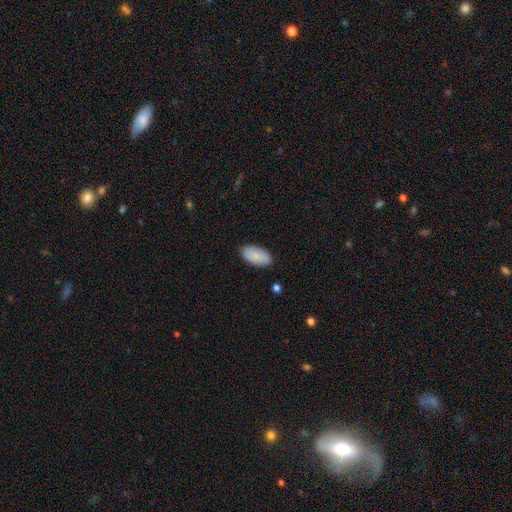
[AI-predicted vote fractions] The model was most divided on "merging": none: 87%, minor disturbance: 9%, major disturbance: 2%, merger: 1%. More confident: how rounded — in between (95%); smooth or featured — smooth (88%).